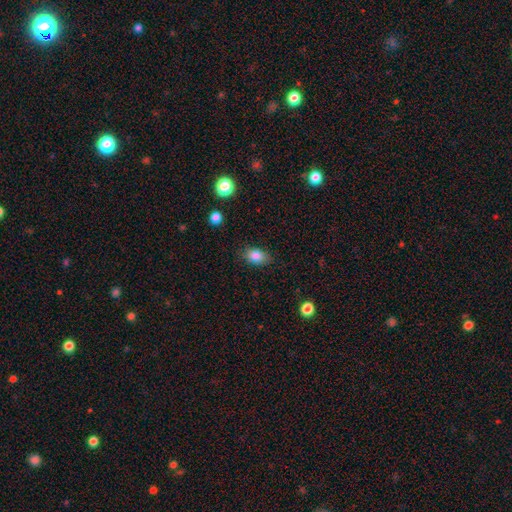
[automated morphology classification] smooth 83%, star or artifact 9%, featured or disk 8%. Down the decision tree: how rounded — in between (84%); merging — none (83%).